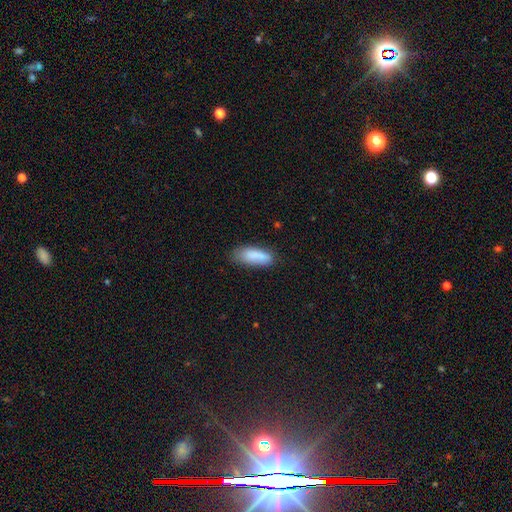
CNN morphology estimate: type=smooth (83%); roundness=in between (72%); merging=none (62%).